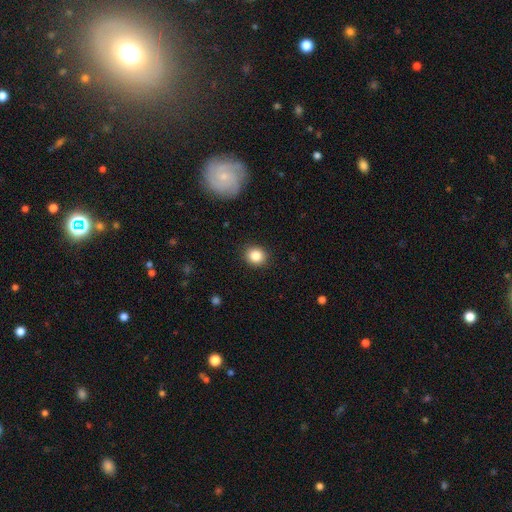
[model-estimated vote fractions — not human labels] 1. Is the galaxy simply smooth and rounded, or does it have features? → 85% smooth, 10% star or artifact, 5% featured or disk.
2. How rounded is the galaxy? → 77% round, 22% in between, 1% cigar-shaped.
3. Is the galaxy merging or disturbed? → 90% none, 7% minor disturbance, 2% major disturbance, 1% merger.